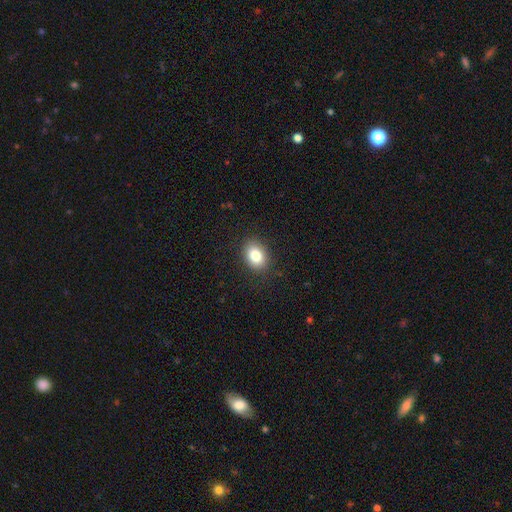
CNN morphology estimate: Smooth or featured: smooth — 83% (star or artifact — 9%)
How rounded: in between — 73% (round — 26%)
Merging: none — 88% (minor disturbance — 9%)